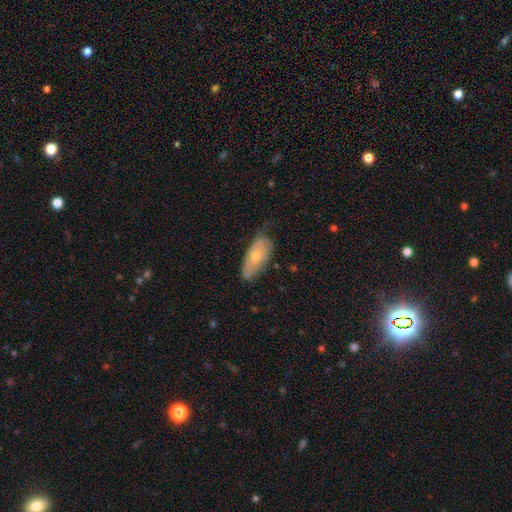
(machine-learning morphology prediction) Smooth or featured? smooth (48%)
Merging? none (63%)